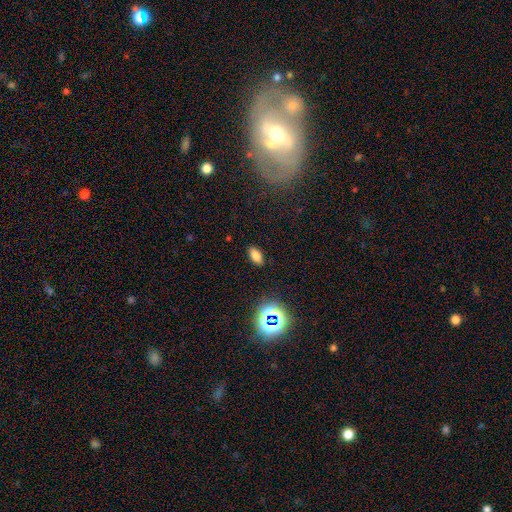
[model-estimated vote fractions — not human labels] smooth-or-featured: smooth: 75% | star or artifact: 17% | featured or disk: 7%
  how-rounded: in between: 90% | cigar-shaped: 5% | round: 5%
  merging: none: 88% | minor disturbance: 8% | major disturbance: 3% | merger: 1%